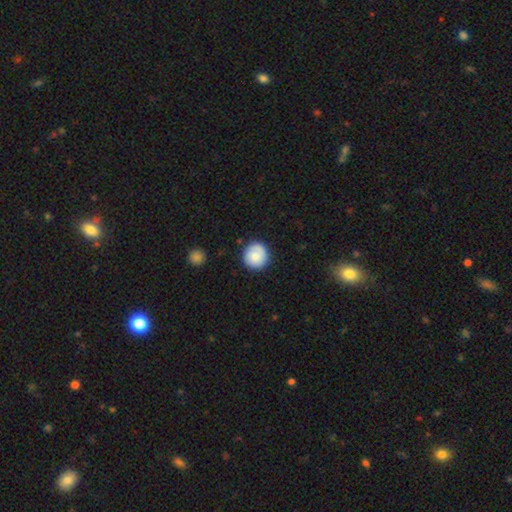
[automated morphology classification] Smooth or featured?
  - smooth: 80% *
  - featured or disk: 13%
  - star or artifact: 7%
How rounded?
  - round: 94% *
  - in between: 5%
  - cigar-shaped: 1%
Merging?
  - none: 87% *
  - minor disturbance: 10%
  - major disturbance: 2%
  - merger: 2%